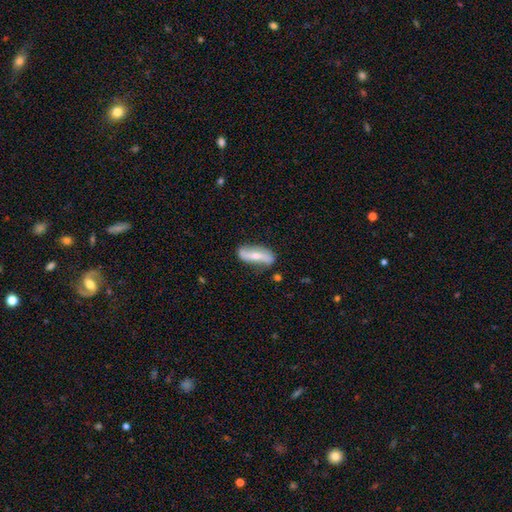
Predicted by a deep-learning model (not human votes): The model was most divided on "smooth or featured": featured or disk: 64%, smooth: 30%, star or artifact: 6%. More confident: merging — none (76%); edge-on disk — no (75%).